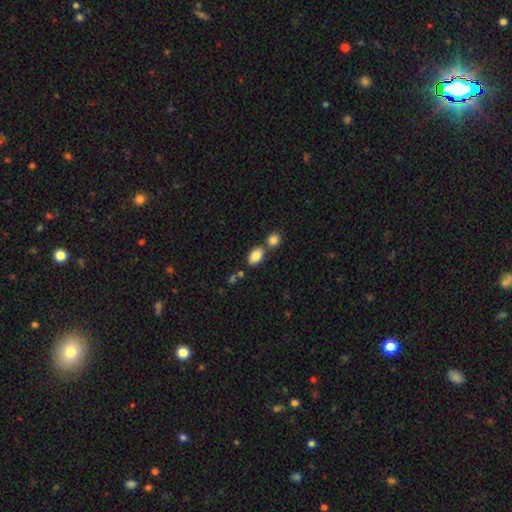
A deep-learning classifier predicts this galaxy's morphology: This is clearly a smooth galaxy (84%). How rounded: clearly in between (87%). Merging: possibly none (59%).